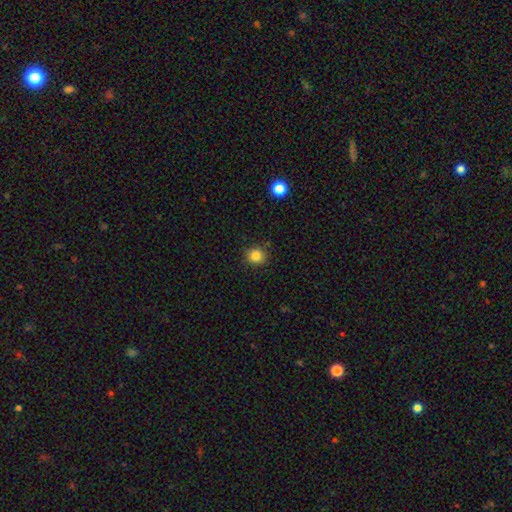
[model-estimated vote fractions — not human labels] Smooth or featured? smooth (83%)
How rounded? round (89%)
Merging? none (88%)